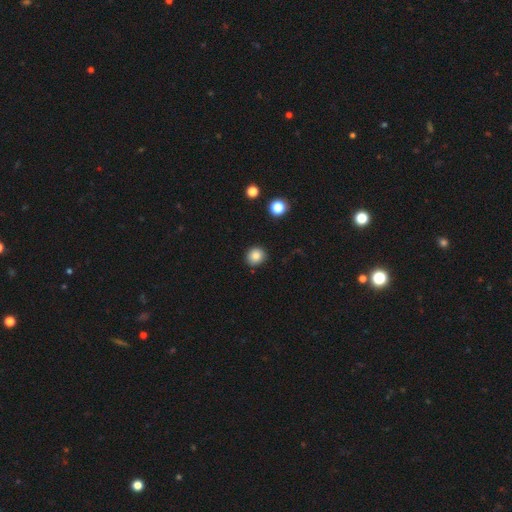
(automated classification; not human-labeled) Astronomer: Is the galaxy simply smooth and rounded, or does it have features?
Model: smooth — 85%.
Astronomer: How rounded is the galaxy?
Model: round — 85%.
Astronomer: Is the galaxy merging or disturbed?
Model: none — 87%.